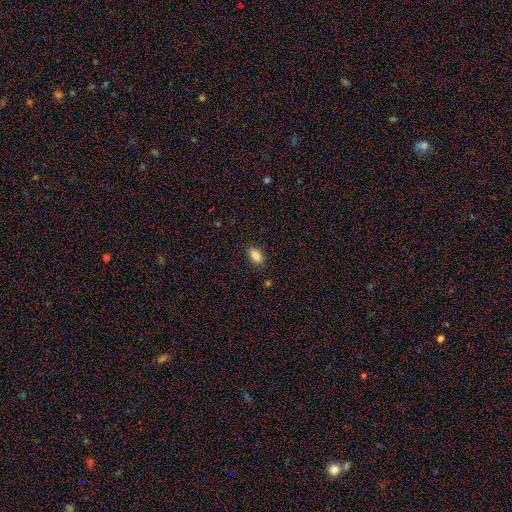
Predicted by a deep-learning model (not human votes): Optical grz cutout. It shows a smooth galaxy with no disk features (85%) that is in between round and cigar-shaped (88%). Merging: none (86%).